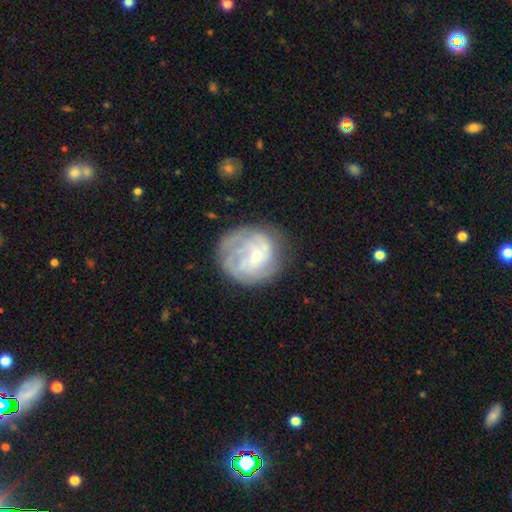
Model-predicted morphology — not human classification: Smooth or featured: featured or disk — 68% (smooth — 25%)
Edge-on disk: no — 98% (yes — 2%)
Bar: no — 54% (weak — 39%)
Spiral arms: yes — 78% (no — 22%)
Spiral winding: tight — 57% (medium — 30%)
Spiral arm count: can't tell — 49% (2 — 18%)
Bulge size: small — 59% (moderate — 33%)
Merging: none — 64% (minor disturbance — 20%)